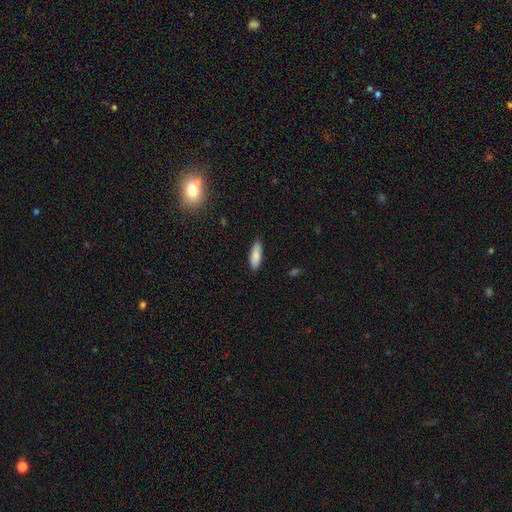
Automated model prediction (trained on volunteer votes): Q: Smooth or featured?
A: smooth (84%); runner-up: featured or disk (9%)
Q: How rounded?
A: in between (65%); runner-up: cigar-shaped (33%)
Q: Merging?
A: none (85%); runner-up: minor disturbance (11%)